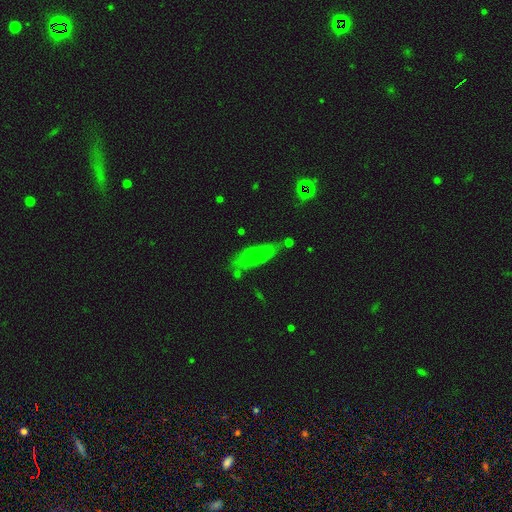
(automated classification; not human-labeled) Smooth or featured: smooth — 73% (featured or disk — 18%)
How rounded: cigar-shaped — 49% (tied with in between — 49%)
Merging: none — 67% (minor disturbance — 21%)